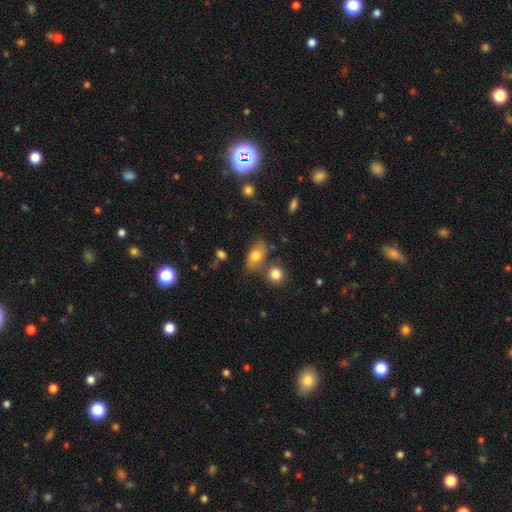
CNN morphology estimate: smooth_or_featured: smooth (p=0.73) [alt: featured or disk p=0.18]
how_rounded: in between (p=0.84) [alt: round p=0.12]
merging: none (p=0.61) [alt: minor disturbance p=0.17]